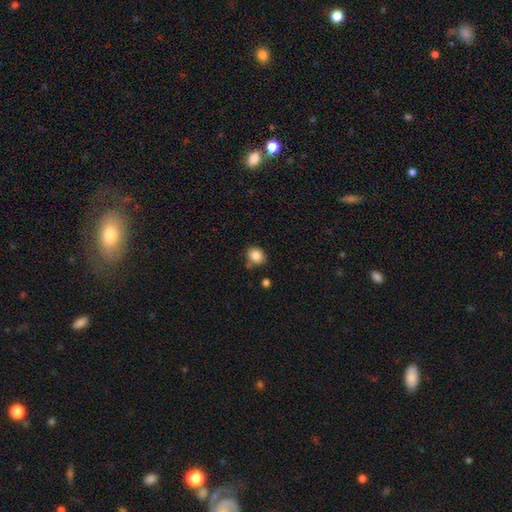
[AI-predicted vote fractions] Morphology: type=smooth (85%); roundness=round (60%); merging=none (72%).